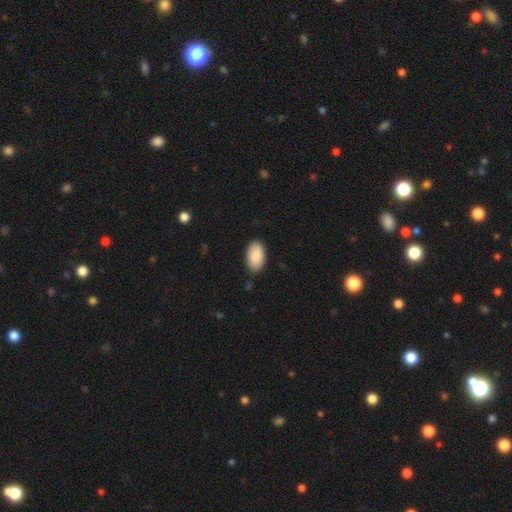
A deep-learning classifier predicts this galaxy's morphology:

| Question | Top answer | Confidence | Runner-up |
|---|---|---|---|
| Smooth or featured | smooth | 89% | star or artifact (6%) |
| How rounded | in between | 95% | round (3%) |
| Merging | none | 85% | minor disturbance (11%) |